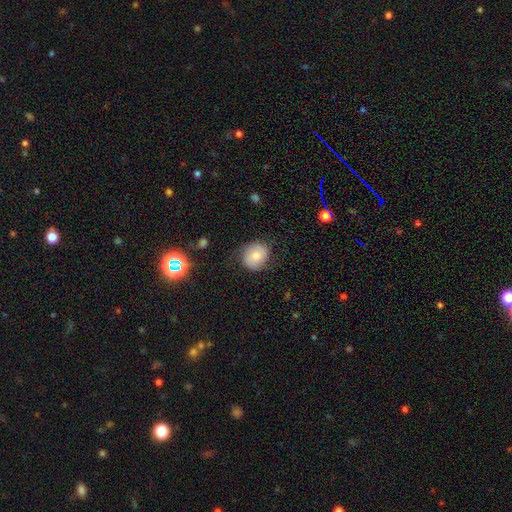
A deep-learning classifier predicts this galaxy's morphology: smooth 68%, featured or disk 22%, star or artifact 10%. Down the decision tree: how rounded — round (71%); merging — none (69%).